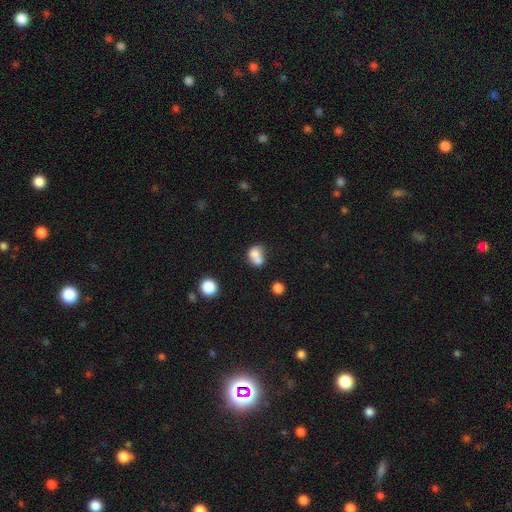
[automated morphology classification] smooth_or_featured: smooth (p=0.74) [alt: featured or disk p=0.16]
how_rounded: in between (p=0.49) [tied with: round p=0.49]
merging: merger (p=0.57) [alt: none p=0.25]